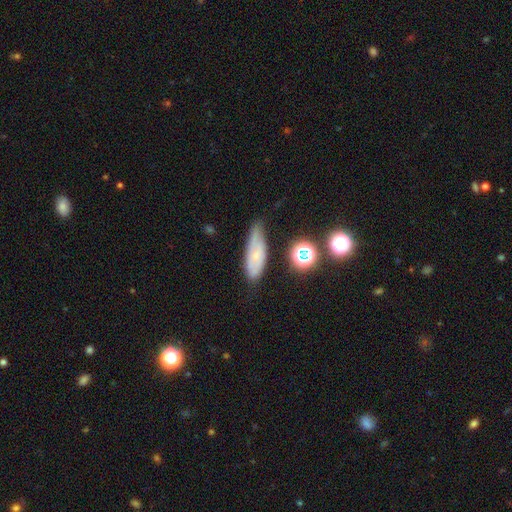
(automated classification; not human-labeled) This is possibly a smooth galaxy (51%). How rounded: possibly in between (54%). Merging: possibly none (56%).